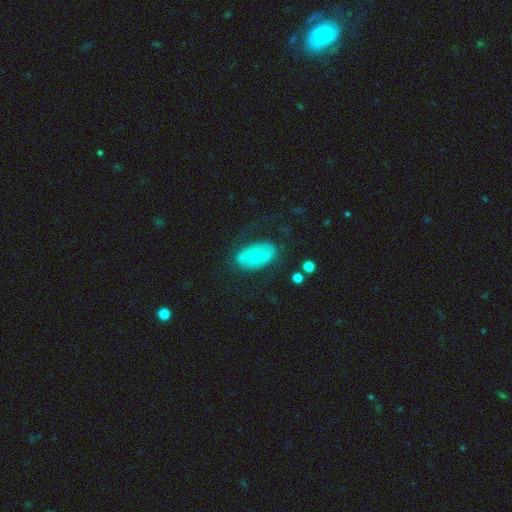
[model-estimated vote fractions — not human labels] Overall: featured or disk (47%; smooth 46%). Merging: none (69%).